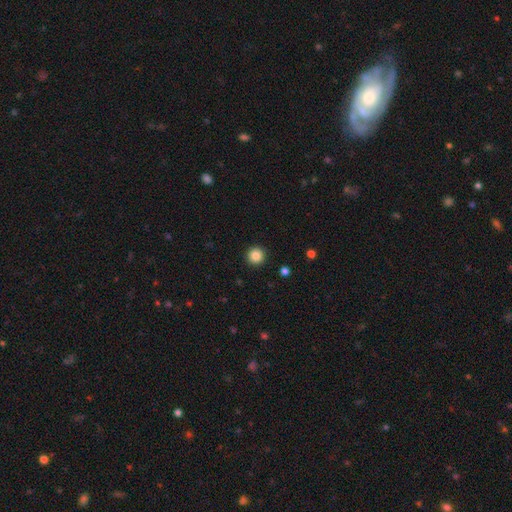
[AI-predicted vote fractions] Smooth or featured: smooth — 85% (star or artifact — 10%)
How rounded: round — 96% (in between — 3%)
Merging: none — 93% (minor disturbance — 4%)